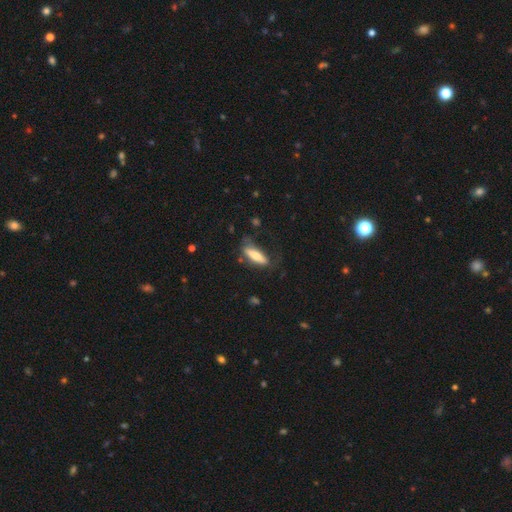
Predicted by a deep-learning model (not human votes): A smooth galaxy with no disk features (64%) that is cigar-shaped (54%). Merging: none (59%).